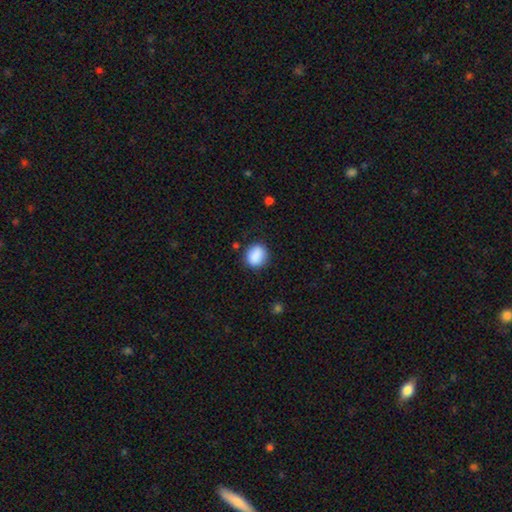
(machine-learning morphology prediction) This is clearly a smooth galaxy (88%). How rounded: likely round (65%). Merging: clearly none (83%).